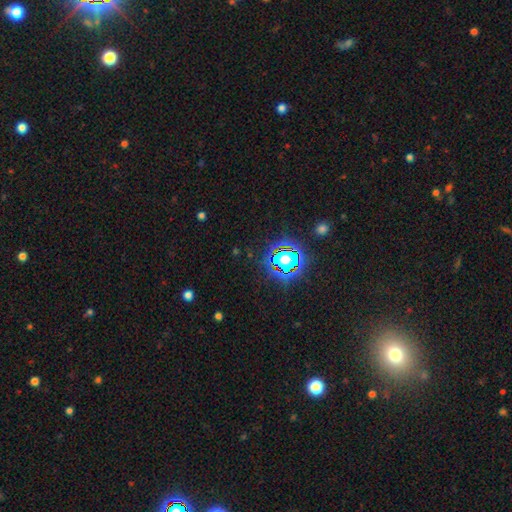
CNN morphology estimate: A star or artifact, not a galaxy (81%).